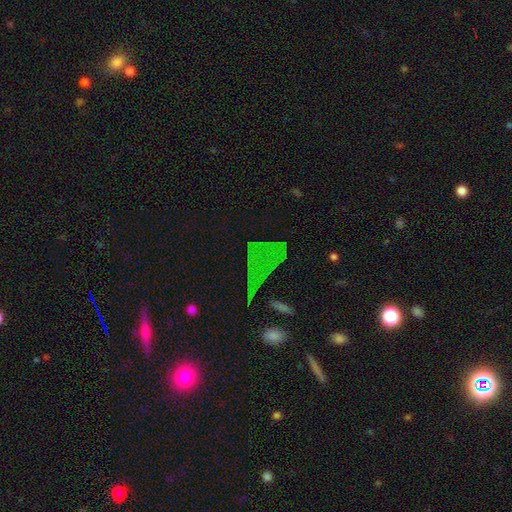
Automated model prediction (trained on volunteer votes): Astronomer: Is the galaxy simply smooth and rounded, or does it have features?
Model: star or artifact — 45% (runner-up: smooth, 29%).